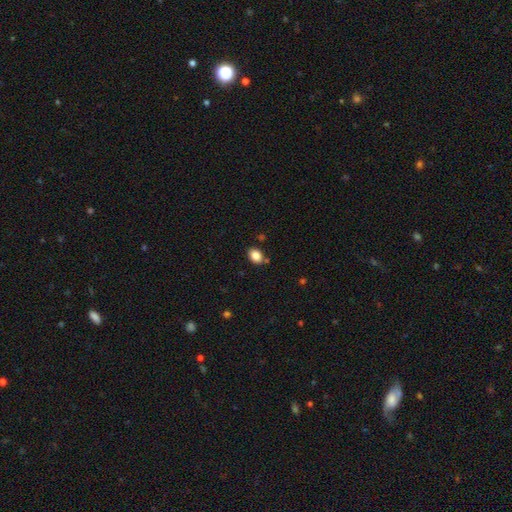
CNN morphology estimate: smooth_or_featured: smooth (p=0.85) [alt: star or artifact p=0.09]
how_rounded: in between (p=0.69) [alt: round p=0.30]
merging: none (p=0.82) [alt: minor disturbance p=0.11]